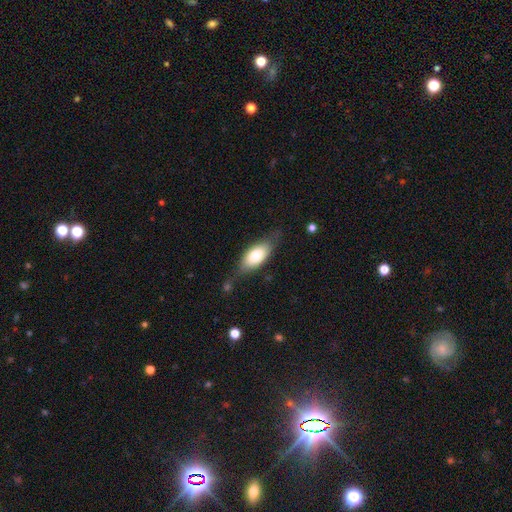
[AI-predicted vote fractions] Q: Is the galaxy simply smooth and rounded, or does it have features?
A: smooth — 71%.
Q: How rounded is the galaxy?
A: in between — 84%.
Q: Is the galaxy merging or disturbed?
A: none — 64%.